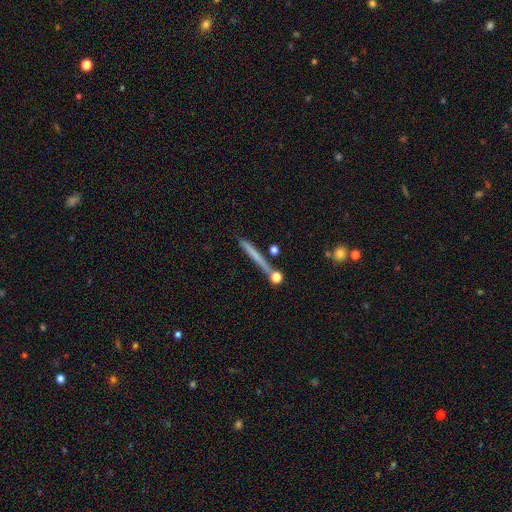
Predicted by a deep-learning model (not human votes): smooth-or-featured: smooth: 55% | featured or disk: 36% | star or artifact: 9%
  how-rounded: cigar-shaped: 94% | round: 3% | in between: 3%
  merging: none: 79% | minor disturbance: 10% | merger: 8% | major disturbance: 3%